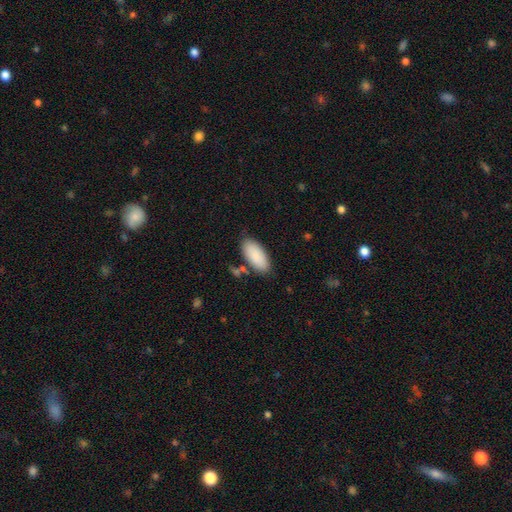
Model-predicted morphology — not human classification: smooth 89%, star or artifact 6%, featured or disk 6%. Down the decision tree: how rounded — in between (91%); merging — none (79%).